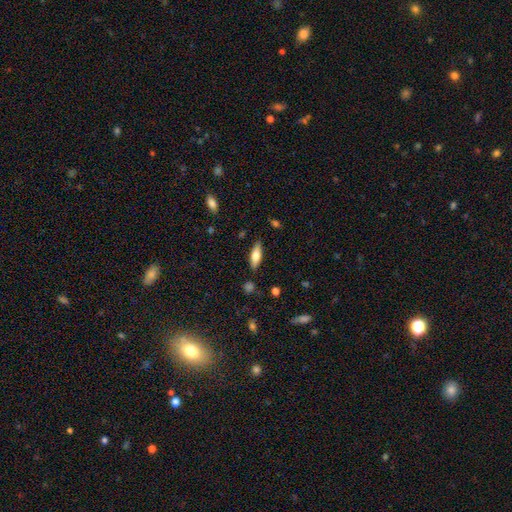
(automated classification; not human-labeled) Morphology: type=smooth (64%); roundness=in between (57%); merging=none (86%).